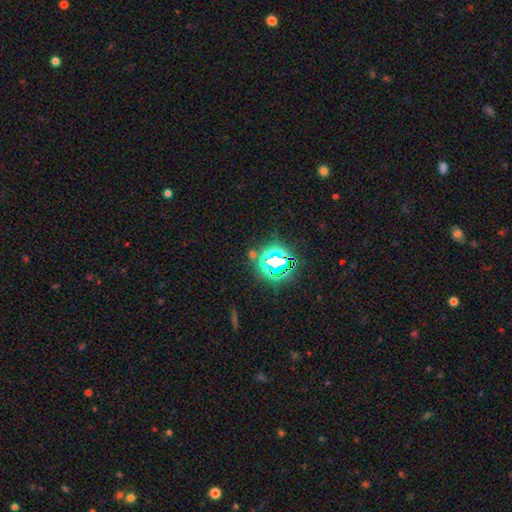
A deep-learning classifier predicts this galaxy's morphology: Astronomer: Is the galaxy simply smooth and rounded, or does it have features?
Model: star or artifact — 75%.